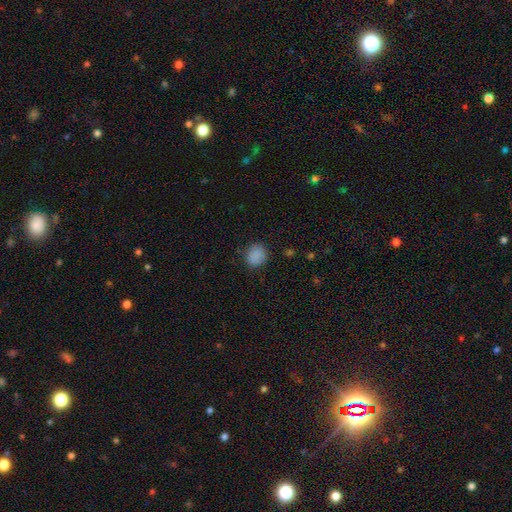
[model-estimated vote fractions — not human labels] smooth_or_featured: smooth (p=0.86) [alt: star or artifact p=0.10]
how_rounded: round (p=0.73) [alt: in between p=0.26]
merging: none (p=0.83) [alt: minor disturbance p=0.12]